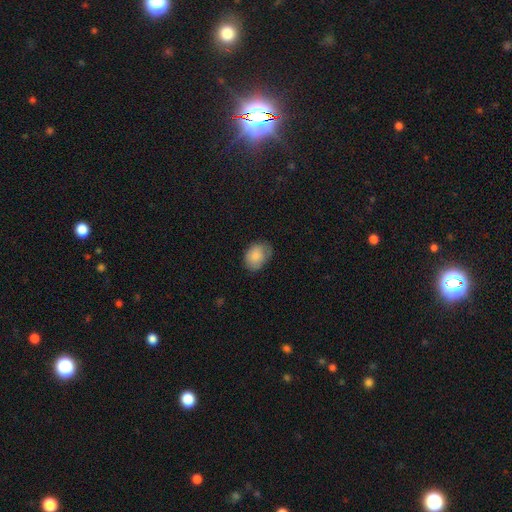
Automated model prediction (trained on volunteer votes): A smooth galaxy with no disk features (83%) that is in between round and cigar-shaped (66%). Merging: none (65%).